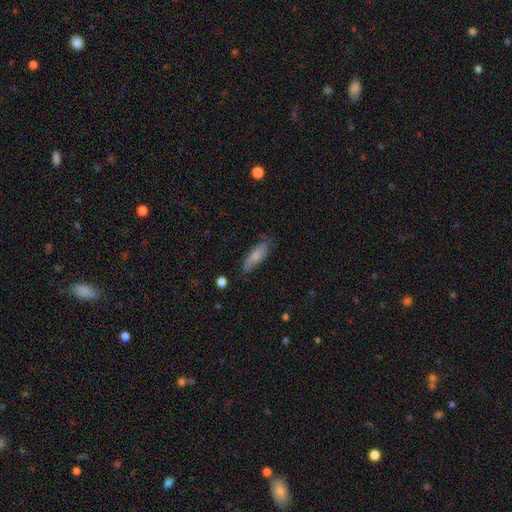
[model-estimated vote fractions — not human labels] A smooth galaxy with no disk features (75%) that is in between round and cigar-shaped (53%).

Vote fractions:
- Smooth or featured? smooth: 75% / featured or disk: 18% / star or artifact: 7%
- How rounded? in between: 53% / cigar-shaped: 45% / round: 2%
- Merging? none: 70% / minor disturbance: 23% / major disturbance: 5% / merger: 2%